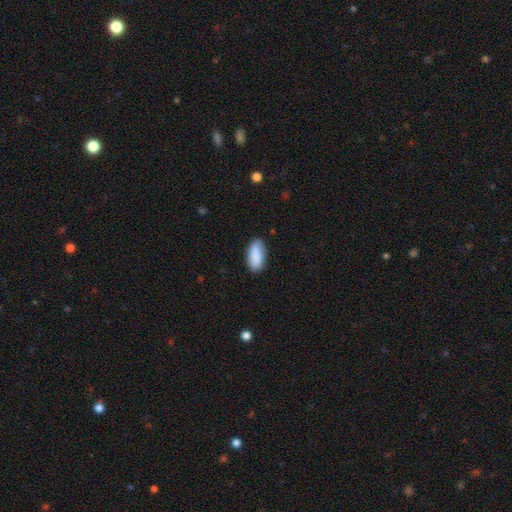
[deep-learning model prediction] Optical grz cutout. It shows a smooth galaxy with no disk features (89%) that is in between round and cigar-shaped (89%). Merging: none (85%).